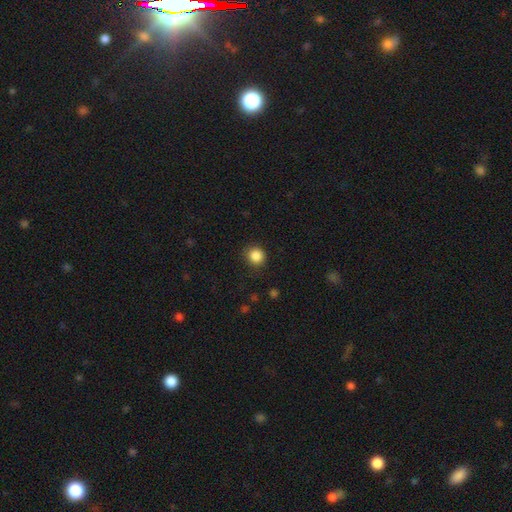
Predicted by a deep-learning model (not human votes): Smooth or featured?
  - smooth: 86% *
  - star or artifact: 11%
  - featured or disk: 3%
How rounded?
  - round: 89% *
  - in between: 10%
  - cigar-shaped: 1%
Merging?
  - none: 87% *
  - minor disturbance: 9%
  - major disturbance: 3%
  - merger: 1%